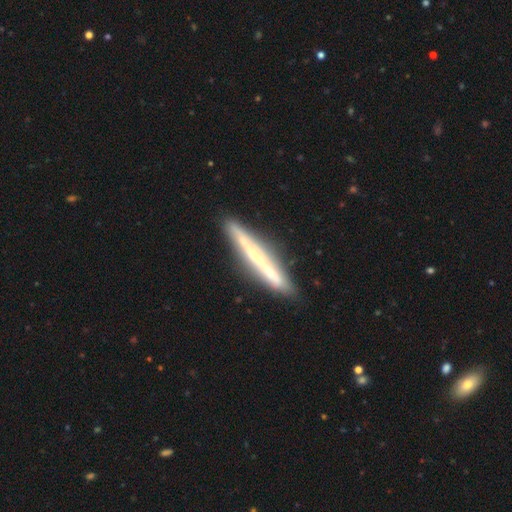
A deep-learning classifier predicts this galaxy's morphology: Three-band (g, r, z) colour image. It shows a featured or disk galaxy (68%) viewed edge-on (93%) with no central bulge (61%). Merging: none (85%).